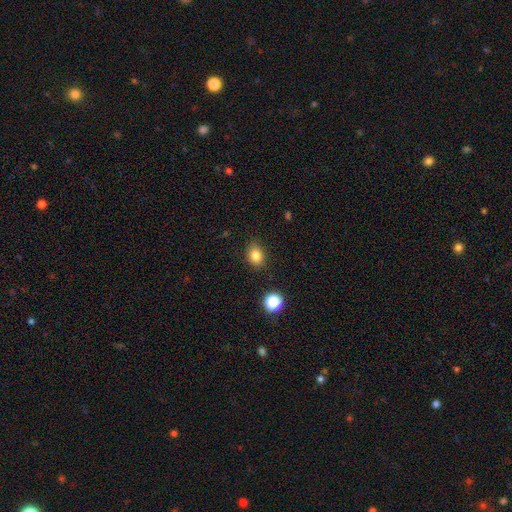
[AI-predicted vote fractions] smooth 82%, star or artifact 11%, featured or disk 6%. Down the decision tree: how rounded — in between (62%); merging — none (85%).